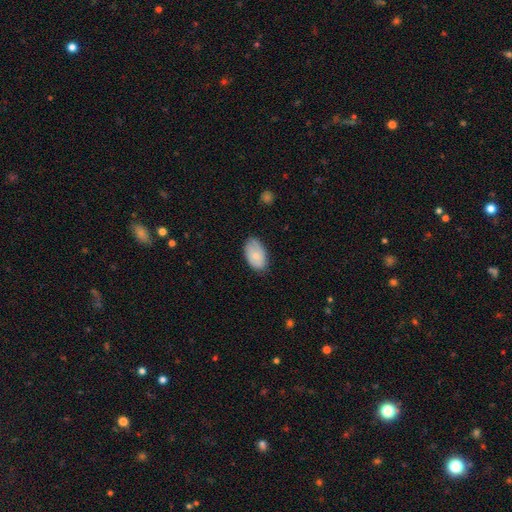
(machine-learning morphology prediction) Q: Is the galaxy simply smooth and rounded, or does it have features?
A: smooth — 68%.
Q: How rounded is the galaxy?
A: in between — 92%.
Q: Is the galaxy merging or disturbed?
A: none — 70%.